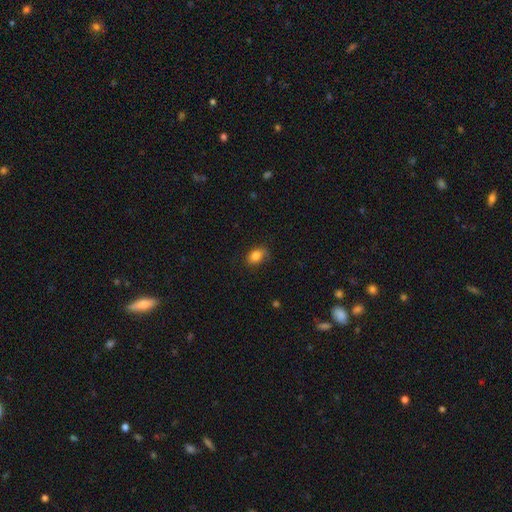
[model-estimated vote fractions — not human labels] Smooth or featured?
  - smooth: 84% *
  - star or artifact: 9%
  - featured or disk: 7%
How rounded?
  - in between: 76% *
  - round: 23%
  - cigar-shaped: 2%
Merging?
  - none: 71% *
  - minor disturbance: 22%
  - major disturbance: 6%
  - merger: 1%